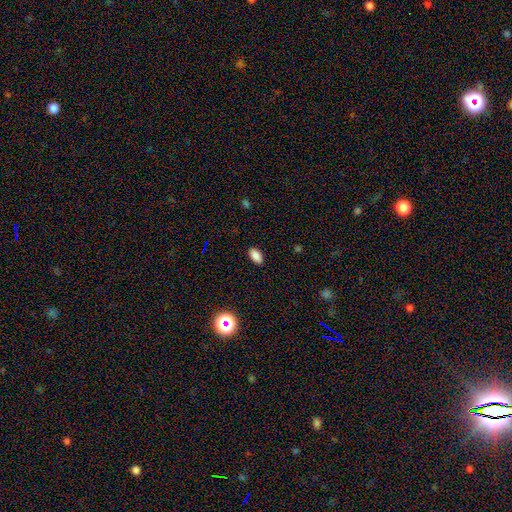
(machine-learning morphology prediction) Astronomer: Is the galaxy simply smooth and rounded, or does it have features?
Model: smooth — 85%.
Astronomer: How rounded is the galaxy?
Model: in between — 91%.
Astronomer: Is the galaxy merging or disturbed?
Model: none — 89%.